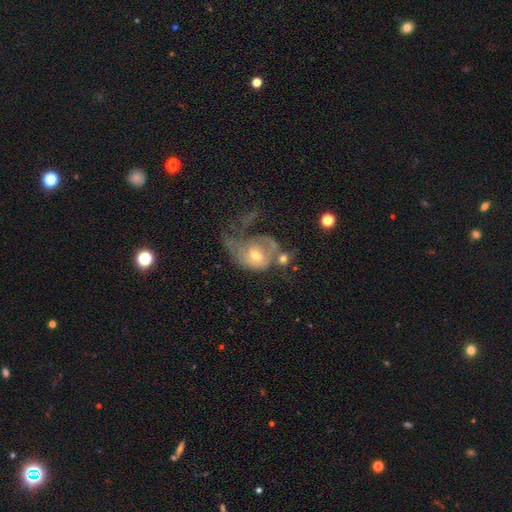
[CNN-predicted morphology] featured or disk 60%, smooth 31%, star or artifact 8%. Down the decision tree: edge-on disk — no (96%); bar — no (76%); spiral arms — yes (63%); bulge size — moderate (58%); merging — major disturbance (47%).